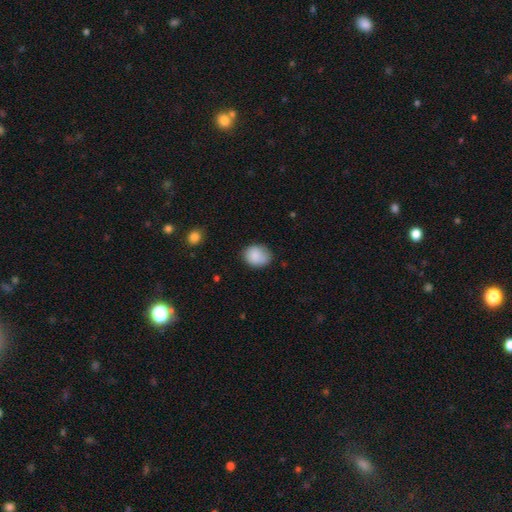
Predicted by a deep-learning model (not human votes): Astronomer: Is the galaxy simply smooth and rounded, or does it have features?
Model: smooth — 87%.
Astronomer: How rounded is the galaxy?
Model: in between — 54% (runner-up: round, 45%).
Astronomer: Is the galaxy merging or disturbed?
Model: none — 72%.